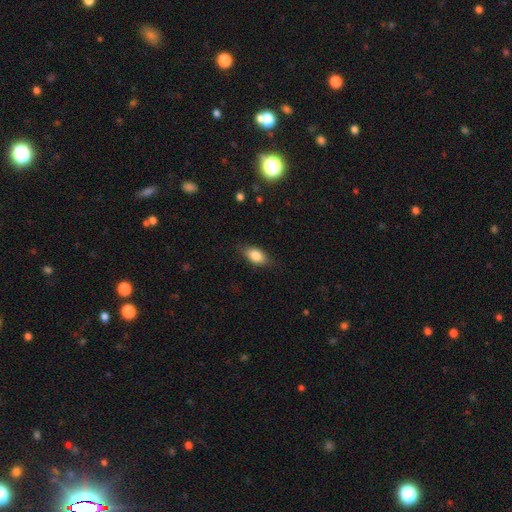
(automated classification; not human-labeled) smooth 83%, featured or disk 10%, star or artifact 7%. Down the decision tree: how rounded — in between (89%); merging — none (82%).